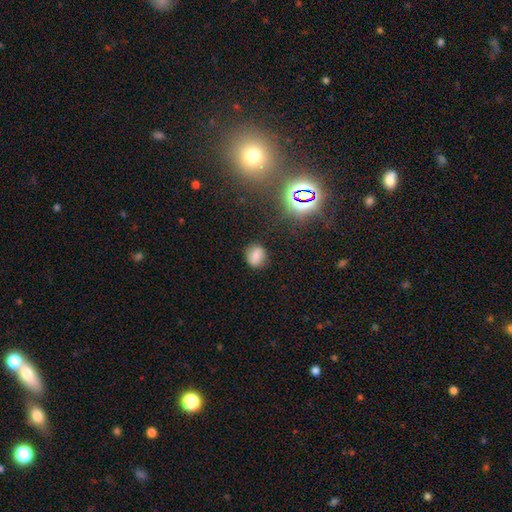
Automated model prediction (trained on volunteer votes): Smooth or featured? Predicted: smooth (p=0.72). How rounded? Predicted: round (p=0.58). Merging? Predicted: none (p=0.80).